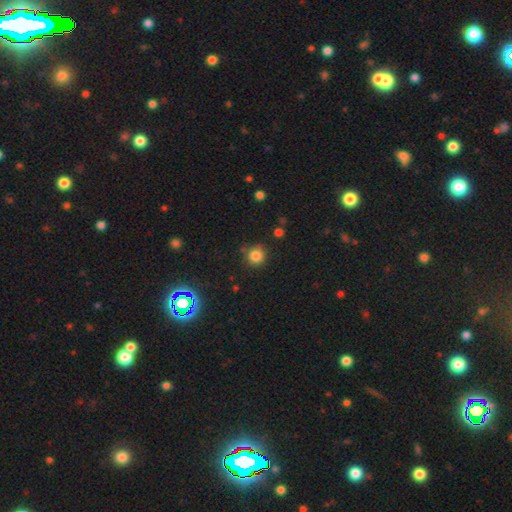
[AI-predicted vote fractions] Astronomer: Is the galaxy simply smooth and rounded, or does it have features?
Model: smooth — 81%.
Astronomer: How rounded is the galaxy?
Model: round — 91%.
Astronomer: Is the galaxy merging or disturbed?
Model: none — 80%.